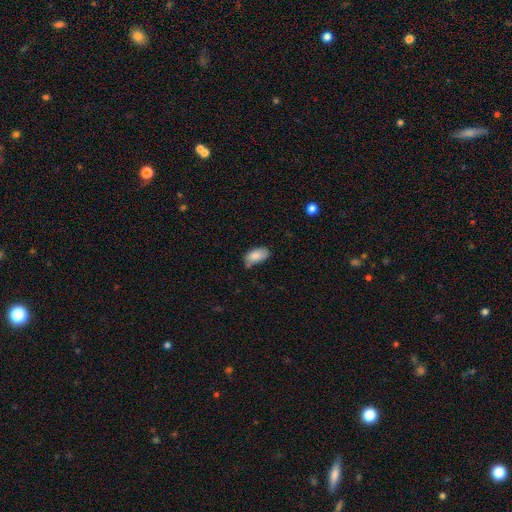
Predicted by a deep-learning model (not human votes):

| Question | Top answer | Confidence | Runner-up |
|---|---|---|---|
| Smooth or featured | smooth | 86% | featured or disk (7%) |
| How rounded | in between | 94% | round (4%) |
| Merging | none | 60% | minor disturbance (28%) |